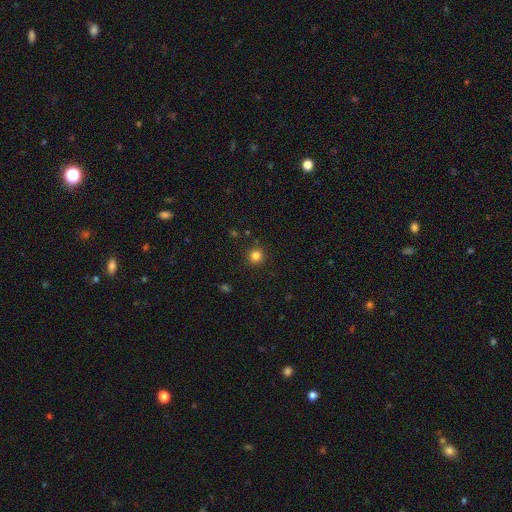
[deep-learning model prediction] The model was most divided on "smooth or featured": smooth: 82%, star or artifact: 13%, featured or disk: 5%. More confident: how rounded — round (92%); merging — none (89%).